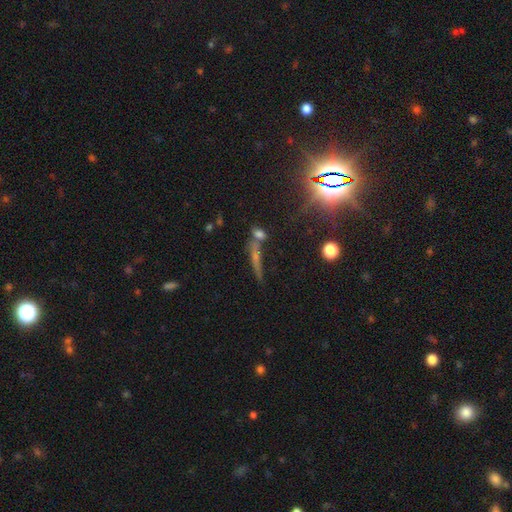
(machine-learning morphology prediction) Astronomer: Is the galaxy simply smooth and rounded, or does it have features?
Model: star or artifact — 41% (runner-up: featured or disk, 32%).